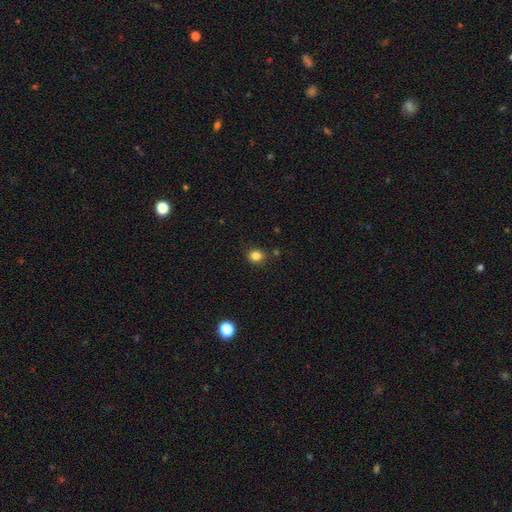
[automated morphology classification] Smooth or featured: smooth — 83% (star or artifact — 12%)
How rounded: round — 76% (in between — 23%)
Merging: none — 85% (minor disturbance — 9%)